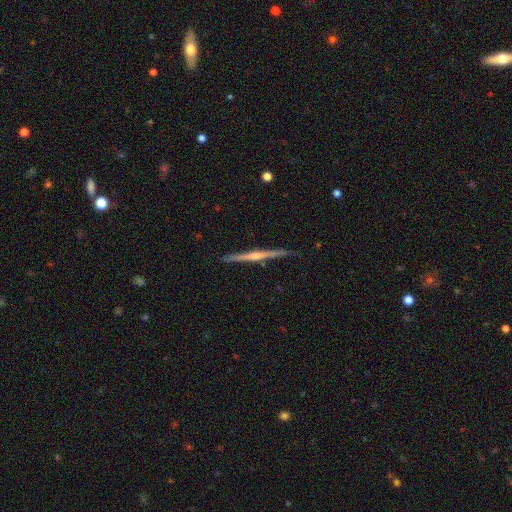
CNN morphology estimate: smooth-or-featured: featured or disk: 83% | smooth: 12% | star or artifact: 5%
  disk-edge-on: yes: 99% | no: 1%
    edge-on-bulge: rounded: 82% | none: 12% | boxy: 6%
  merging: none: 91% | minor disturbance: 6% | major disturbance: 1% | merger: 1%